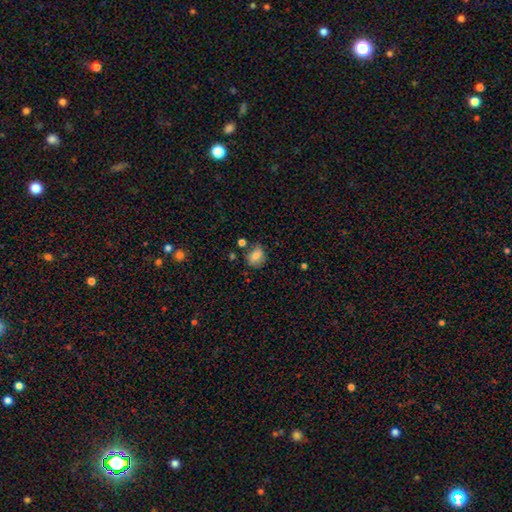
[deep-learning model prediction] smooth-or-featured: smooth: 79% | featured or disk: 11% | star or artifact: 10%
  how-rounded: round: 57% | in between: 42% | cigar-shaped: 1%
  merging: none: 72% | minor disturbance: 18% | merger: 6% | major disturbance: 4%